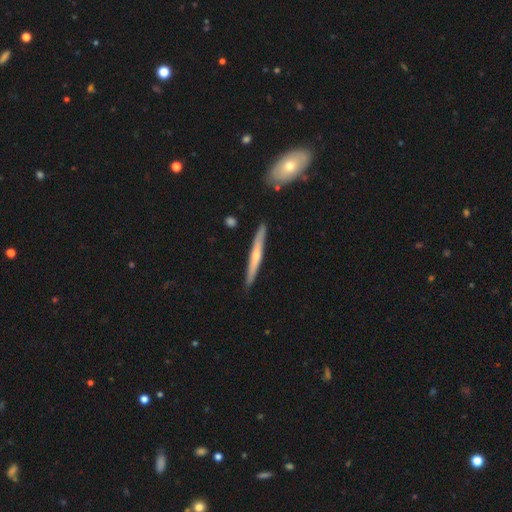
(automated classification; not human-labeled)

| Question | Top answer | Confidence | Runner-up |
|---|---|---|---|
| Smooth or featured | featured or disk | 59% | smooth (36%) |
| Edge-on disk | yes | 96% | no (4%) |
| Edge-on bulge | rounded | 64% | none (32%) |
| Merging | none | 89% | minor disturbance (8%) |